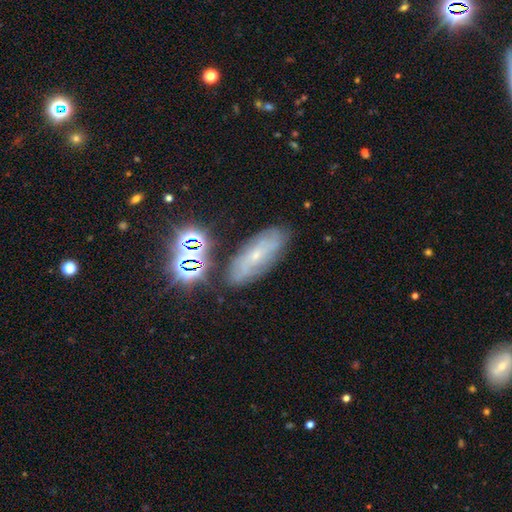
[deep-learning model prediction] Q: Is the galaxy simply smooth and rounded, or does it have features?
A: featured or disk — 56%.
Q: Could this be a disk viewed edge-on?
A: no — 84%.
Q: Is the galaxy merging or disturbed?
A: none — 75%.